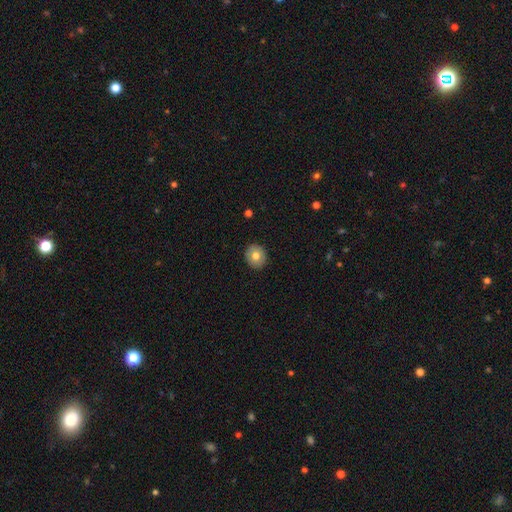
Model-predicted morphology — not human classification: smooth-or-featured: smooth: 74% | featured or disk: 18% | star or artifact: 8%
  how-rounded: round: 74% | in between: 25% | cigar-shaped: 1%
  merging: none: 91% | minor disturbance: 7% | major disturbance: 2% | merger: 1%